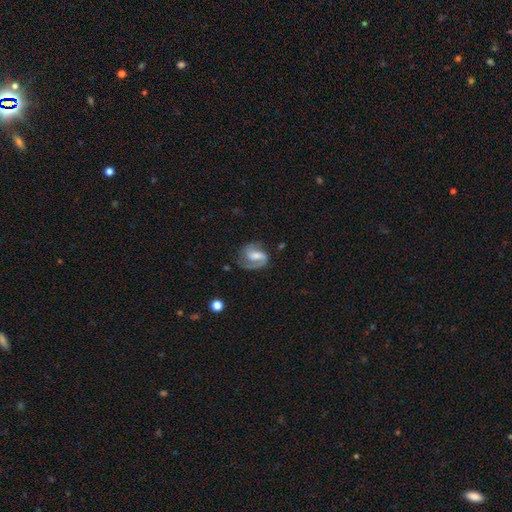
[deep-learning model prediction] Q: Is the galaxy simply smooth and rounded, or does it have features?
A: featured or disk — 77%.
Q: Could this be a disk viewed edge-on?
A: no — 97%.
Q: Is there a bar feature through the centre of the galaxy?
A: weak — 48%.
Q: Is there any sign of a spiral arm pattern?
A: yes — 93%.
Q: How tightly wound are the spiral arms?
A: medium — 48%.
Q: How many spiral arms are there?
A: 2 — 57%.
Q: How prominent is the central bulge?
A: moderate — 41%.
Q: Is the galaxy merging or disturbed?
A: none — 58%.